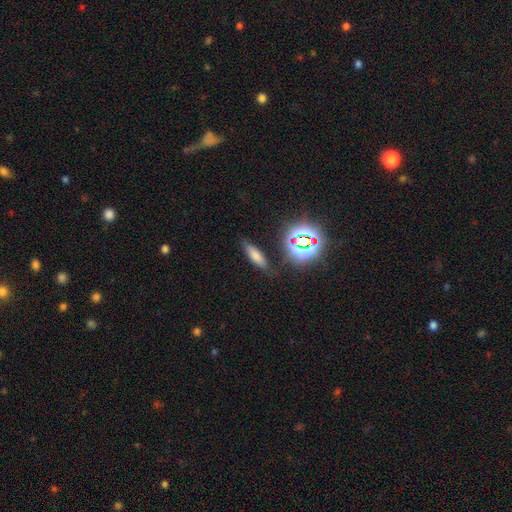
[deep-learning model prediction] smooth-or-featured: smooth: 68% | star or artifact: 20% | featured or disk: 12%
  how-rounded: in between: 48% (tied) | cigar-shaped: 48% (tied) | round: 5%
  merging: none: 82% | minor disturbance: 12% | major disturbance: 4% | merger: 3%